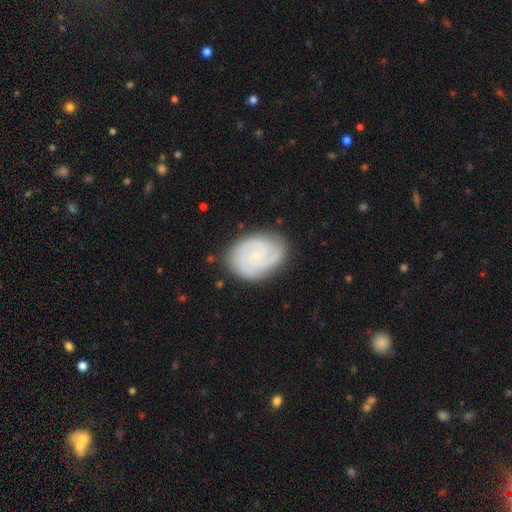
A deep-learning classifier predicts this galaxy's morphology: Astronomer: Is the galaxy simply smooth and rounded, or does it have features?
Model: featured or disk — 76%.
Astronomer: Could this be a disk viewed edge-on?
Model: no — 98%.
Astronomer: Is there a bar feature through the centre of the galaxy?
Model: no — 69%.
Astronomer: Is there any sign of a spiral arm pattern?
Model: yes — 96%.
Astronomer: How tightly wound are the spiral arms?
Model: tight — 61%.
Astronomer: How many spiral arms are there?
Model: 2 — 38% (runner-up: 3, 28%).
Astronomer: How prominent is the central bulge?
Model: small — 77%.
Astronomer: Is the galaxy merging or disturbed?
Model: none — 80%.